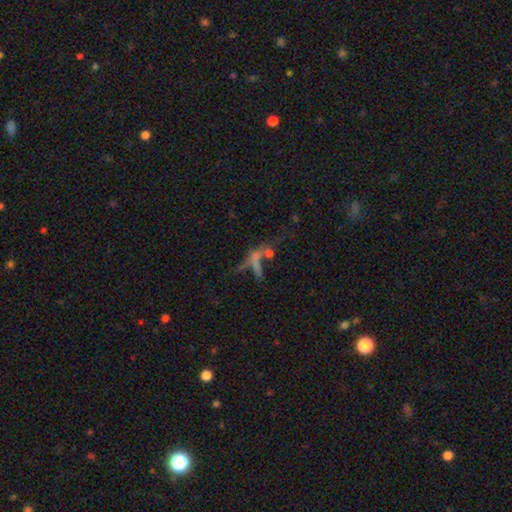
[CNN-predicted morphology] Smooth or featured?
  - smooth: 36% *
  - featured or disk: 32%
  - star or artifact: 31%
Merging?
  - none: 36% *
  - merger: 31%
  - major disturbance: 20%
  - minor disturbance: 12%